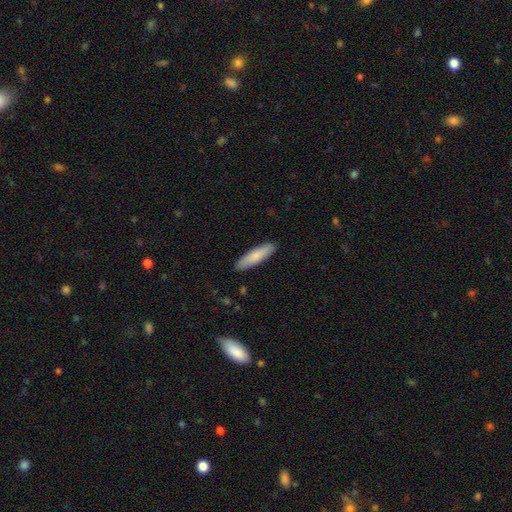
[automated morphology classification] A smooth galaxy with no disk features (81%) that is cigar-shaped (72%). Merging: none (90%).